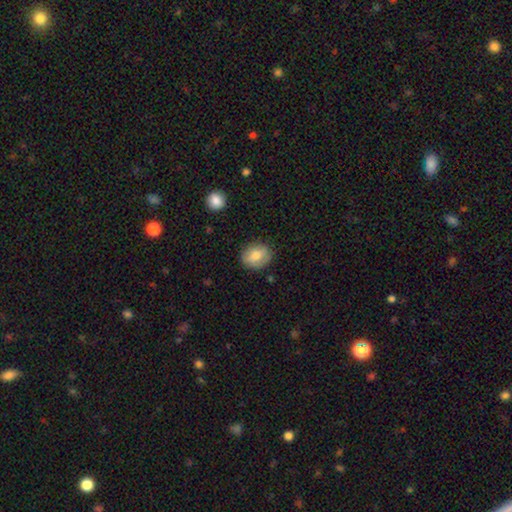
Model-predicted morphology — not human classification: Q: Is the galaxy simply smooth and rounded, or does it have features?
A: smooth — 73%.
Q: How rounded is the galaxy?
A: round — 55%.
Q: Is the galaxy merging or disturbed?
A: none — 81%.